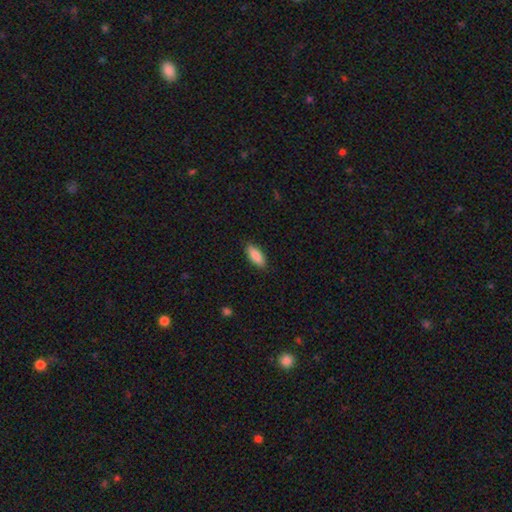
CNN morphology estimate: This is clearly a smooth galaxy (87%). How rounded: likely in between (73%). Merging: clearly none (88%).